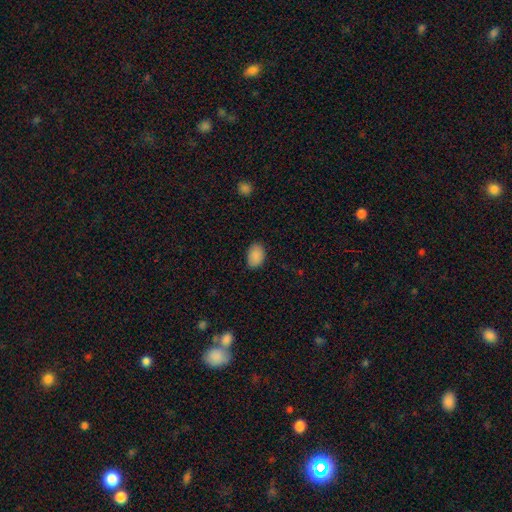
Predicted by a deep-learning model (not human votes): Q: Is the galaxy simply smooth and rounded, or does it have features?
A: smooth — 89%.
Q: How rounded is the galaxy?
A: in between — 83%.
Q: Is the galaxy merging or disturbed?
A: none — 83%.